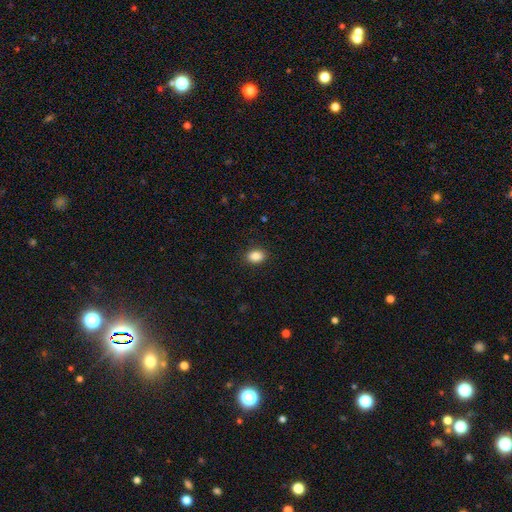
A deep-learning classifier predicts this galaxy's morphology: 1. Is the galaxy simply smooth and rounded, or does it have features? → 88% smooth, 9% star or artifact, 4% featured or disk.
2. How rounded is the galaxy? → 75% in between, 24% round, 1% cigar-shaped.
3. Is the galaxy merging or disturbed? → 89% none, 8% minor disturbance, 2% major disturbance, 1% merger.